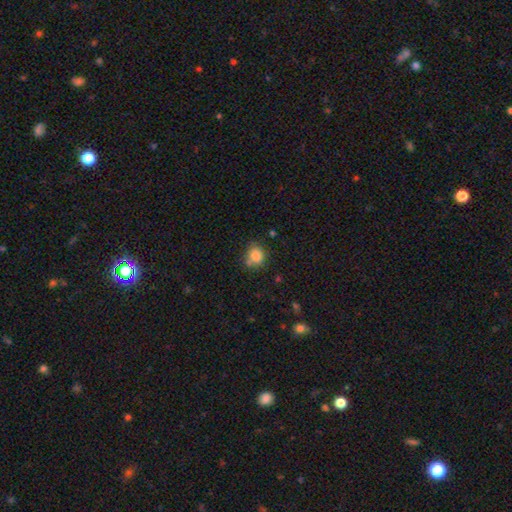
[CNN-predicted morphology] smooth_or_featured: smooth (p=0.83) [alt: star or artifact p=0.10]
how_rounded: round (p=0.73) [alt: in between p=0.26]
merging: none (p=0.66) [alt: minor disturbance p=0.19]